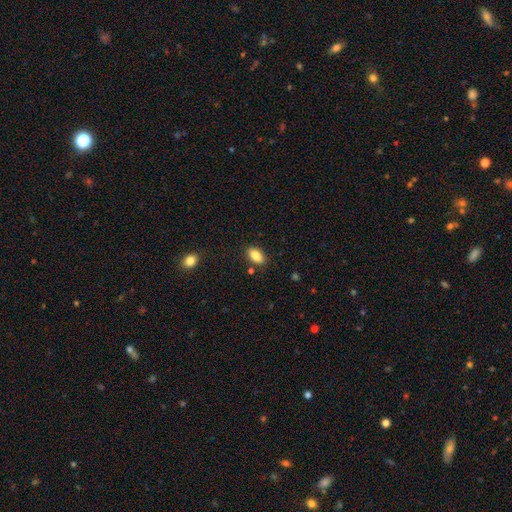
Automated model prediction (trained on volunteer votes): Q: Smooth or featured?
A: smooth (85%); runner-up: star or artifact (8%)
Q: How rounded?
A: in between (90%); runner-up: round (6%)
Q: Merging?
A: none (85%); runner-up: minor disturbance (10%)